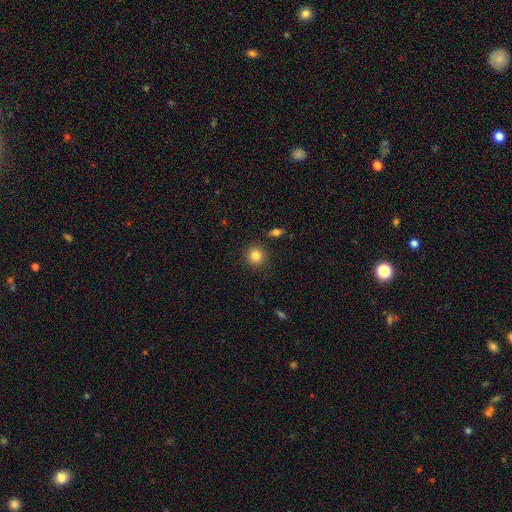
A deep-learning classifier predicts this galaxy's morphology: smooth_or_featured: smooth (p=0.84) [alt: star or artifact p=0.11]
how_rounded: round (p=0.91) [alt: in between p=0.08]
merging: none (p=0.89) [alt: minor disturbance p=0.06]